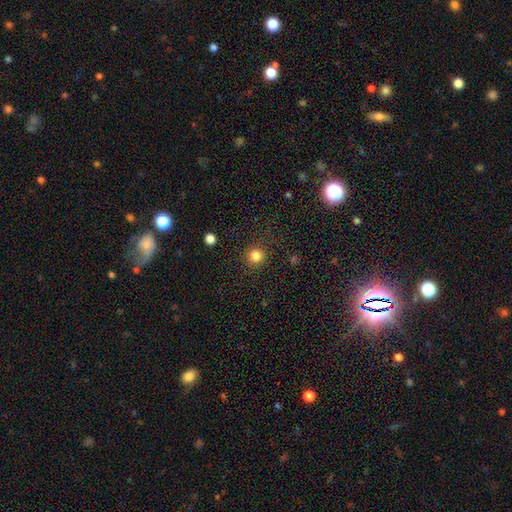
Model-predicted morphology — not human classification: Q: Smooth or featured?
A: smooth (83%); runner-up: star or artifact (12%)
Q: How rounded?
A: round (95%); runner-up: in between (4%)
Q: Merging?
A: none (89%); runner-up: minor disturbance (6%)